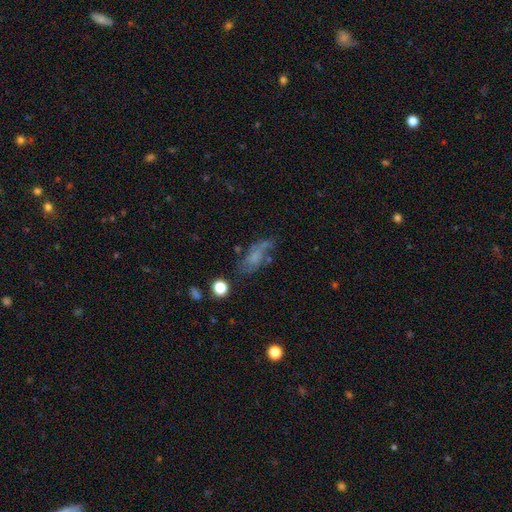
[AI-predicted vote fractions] Smooth or featured? smooth (48%)
Merging? none (46%)